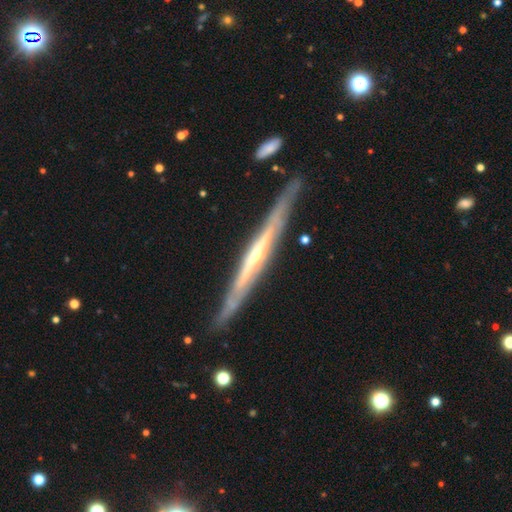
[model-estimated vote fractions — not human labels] Smooth or featured? featured or disk (82%)
Edge-on disk? yes (95%)
Edge-on bulge? rounded (54%)
Merging? none (84%)